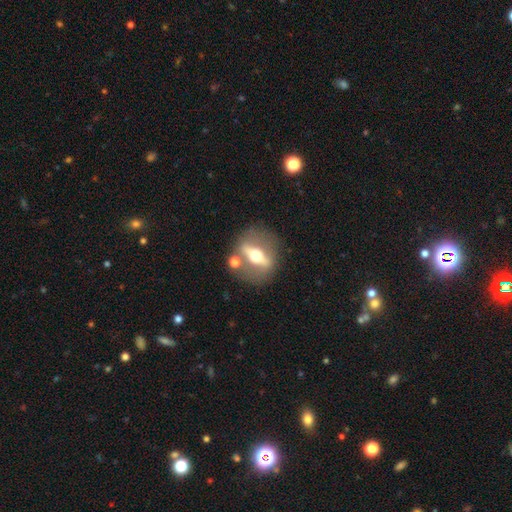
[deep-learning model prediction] Smooth or featured? Predicted: featured or disk (p=0.74). Edge-on disk? Predicted: yes (p=0.58). Merging? Predicted: none (p=0.74).